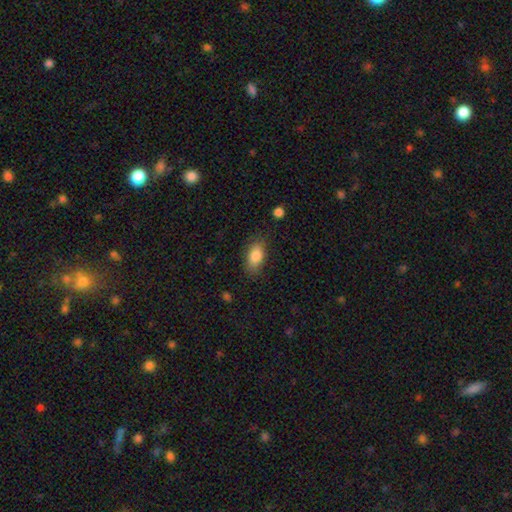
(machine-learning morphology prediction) smooth-or-featured: smooth: 84% | featured or disk: 8% | star or artifact: 7%
  how-rounded: in between: 89% | round: 7% | cigar-shaped: 4%
  merging: none: 79% | minor disturbance: 15% | major disturbance: 4% | merger: 1%